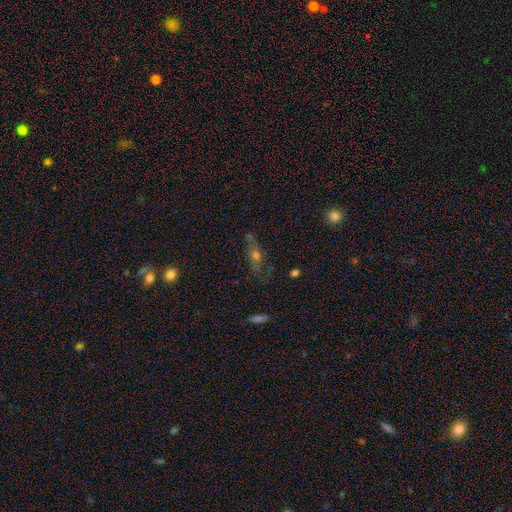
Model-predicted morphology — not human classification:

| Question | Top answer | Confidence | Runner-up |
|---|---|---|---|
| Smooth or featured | smooth | 40% | tied: featured or disk (40%) |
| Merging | none | 57% | minor disturbance (21%) |